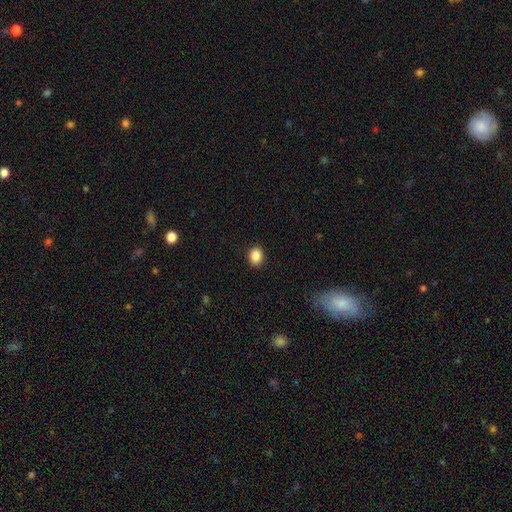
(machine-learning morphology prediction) The model was most divided on "how rounded": in between: 56%, round: 43%, cigar-shaped: 1%. More confident: merging — none (90%); smooth or featured — smooth (88%).